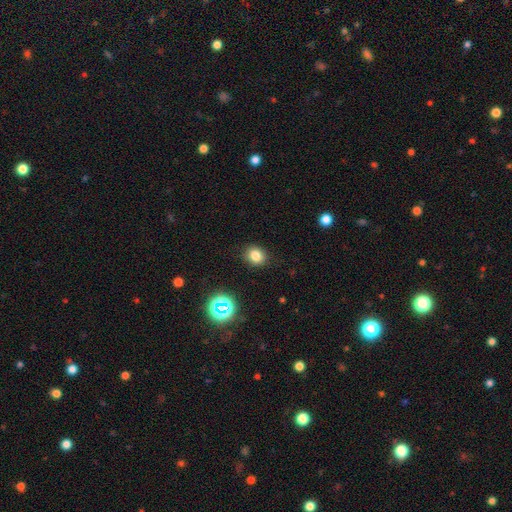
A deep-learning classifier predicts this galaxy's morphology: smooth_or_featured: smooth (p=0.79) [alt: star or artifact p=0.15]
how_rounded: round (p=0.64) [alt: in between p=0.35]
merging: none (p=0.87) [alt: minor disturbance p=0.09]